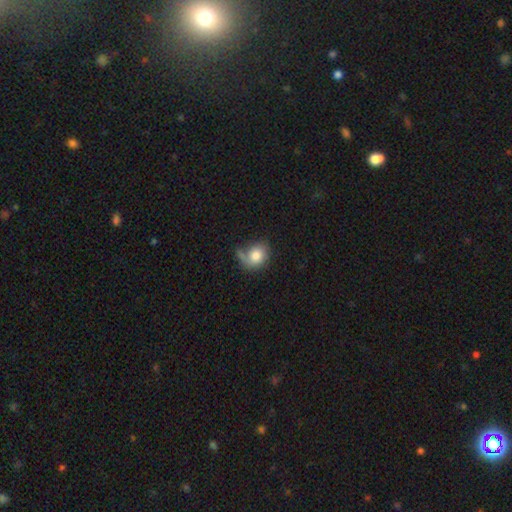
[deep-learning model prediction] Smooth or featured? smooth (77%)
How rounded? round (54%)
Merging? none (40%)